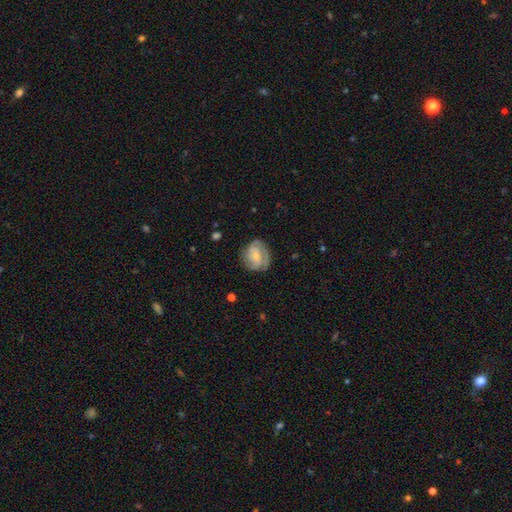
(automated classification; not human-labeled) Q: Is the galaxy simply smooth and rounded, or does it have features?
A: featured or disk — 66%.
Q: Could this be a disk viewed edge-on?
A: no — 97%.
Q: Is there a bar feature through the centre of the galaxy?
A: no — 57%.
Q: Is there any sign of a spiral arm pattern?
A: yes — 86%.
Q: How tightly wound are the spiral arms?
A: tight — 53%.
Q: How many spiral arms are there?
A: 2 — 33%.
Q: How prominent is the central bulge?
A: small — 57%.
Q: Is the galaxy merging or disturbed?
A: none — 66%.